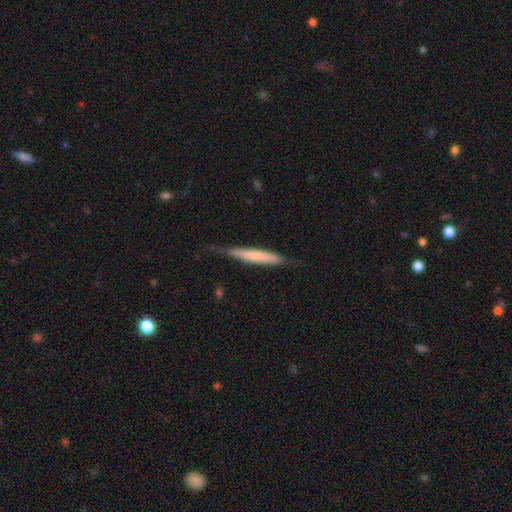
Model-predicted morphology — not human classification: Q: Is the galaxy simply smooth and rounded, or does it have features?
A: smooth — 58%.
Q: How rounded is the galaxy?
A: cigar-shaped — 94%.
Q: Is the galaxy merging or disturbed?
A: none — 68%.